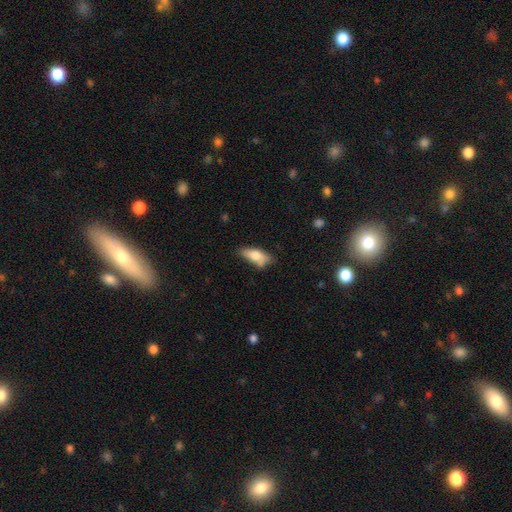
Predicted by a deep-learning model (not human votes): Morphology: type=smooth (72%); roundness=in between (75%); merging=none (52%).